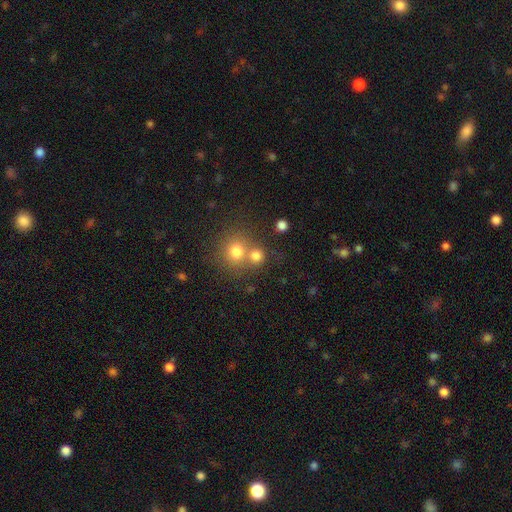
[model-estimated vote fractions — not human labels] Smooth or featured? smooth (77%)
How rounded? round (86%)
Merging? none (52%)